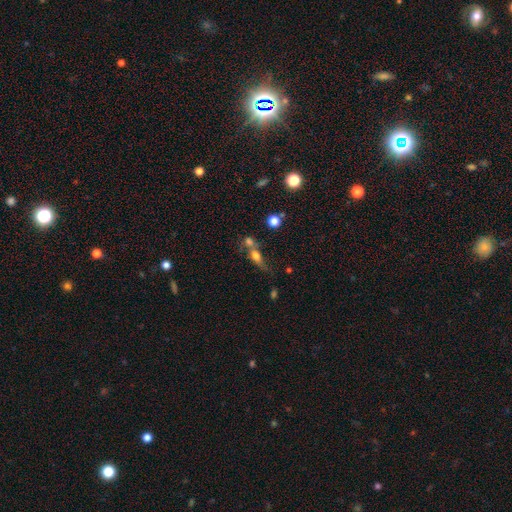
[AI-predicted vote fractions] A smooth galaxy with no disk features (58%) that is in between round and cigar-shaped (51%).

Vote fractions:
- Smooth or featured? smooth: 58% / featured or disk: 27% / star or artifact: 14%
- How rounded? in between: 51% / cigar-shaped: 25% / round: 24%
- Merging? merger: 47% / none: 31% / minor disturbance: 12% / major disturbance: 11%